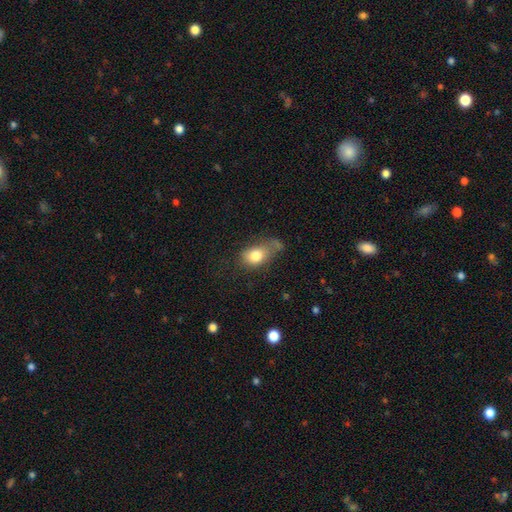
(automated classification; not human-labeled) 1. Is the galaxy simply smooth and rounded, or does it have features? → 79% smooth, 13% featured or disk, 9% star or artifact.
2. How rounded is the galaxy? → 77% in between, 20% round, 3% cigar-shaped.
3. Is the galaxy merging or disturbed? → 32% minor disturbance (tied), 32% none (tied), 27% major disturbance, 9% merger.